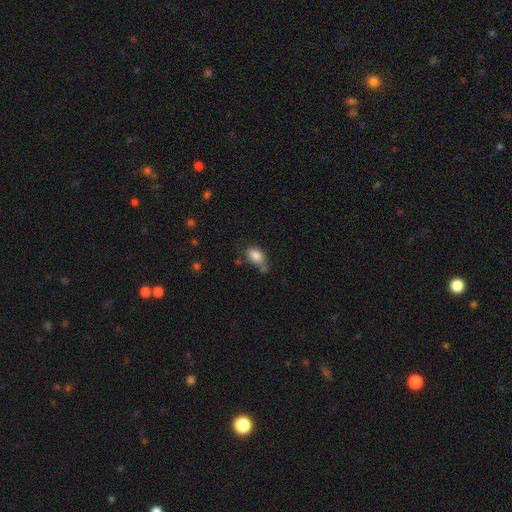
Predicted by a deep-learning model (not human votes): Smooth or featured?
  - smooth: 84% *
  - star or artifact: 9%
  - featured or disk: 7%
How rounded?
  - in between: 83% *
  - round: 15%
  - cigar-shaped: 2%
Merging?
  - none: 52% *
  - minor disturbance: 25%
  - merger: 15%
  - major disturbance: 8%